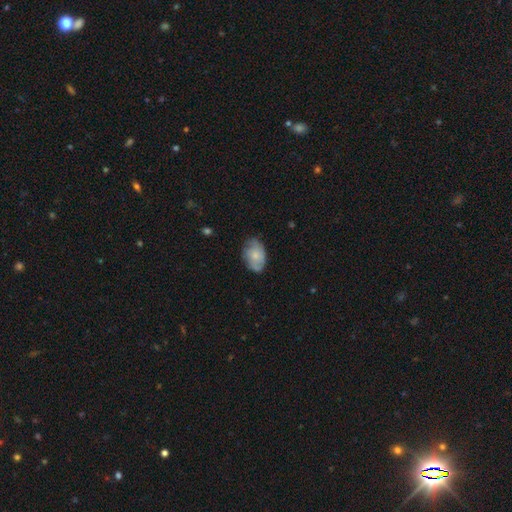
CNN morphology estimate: This appears to be a smooth galaxy with no disk features (62%) that is in between round and cigar-shaped (86%). Merging: none (63%).